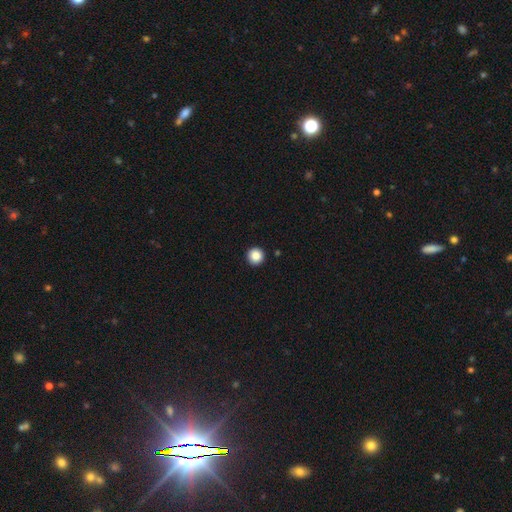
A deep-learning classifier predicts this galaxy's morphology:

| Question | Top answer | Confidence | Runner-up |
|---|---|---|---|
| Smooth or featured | smooth | 87% | star or artifact (10%) |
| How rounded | round | 96% | in between (3%) |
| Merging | none | 94% | minor disturbance (4%) |